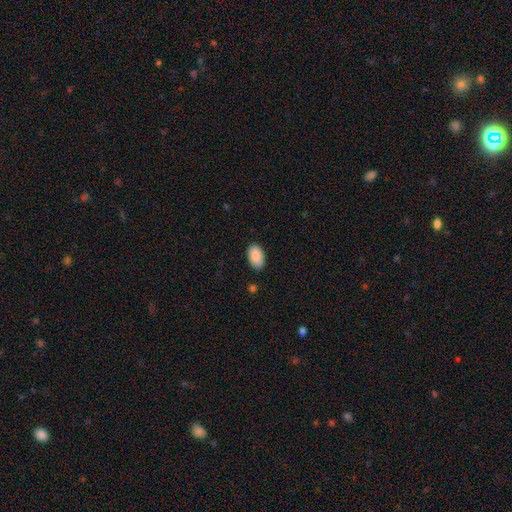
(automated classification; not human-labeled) The model was most divided on "merging": none: 86%, minor disturbance: 10%, major disturbance: 2%, merger: 1%. More confident: how rounded — in between (94%); smooth or featured — smooth (88%).